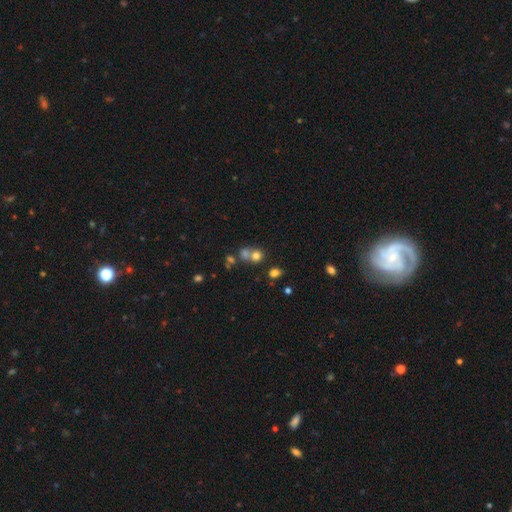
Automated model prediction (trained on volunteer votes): smooth 70%, star or artifact 18%, featured or disk 12%. Down the decision tree: how rounded — round (80%); merging — none (45%).